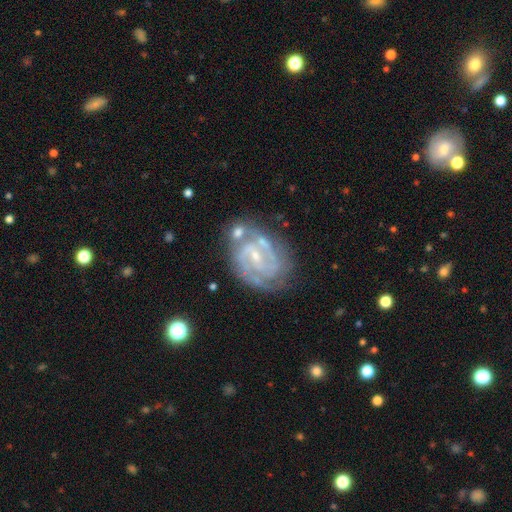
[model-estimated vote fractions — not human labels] smooth_or_featured: featured or disk (p=0.88) [alt: smooth p=0.06]
disk_edge_on: no (p=0.97) [alt: yes p=0.03]
bar: weak (p=0.49) [alt: no p=0.28]
has_spiral_arms: yes (p=0.96) [alt: no p=0.04]
spiral_winding: tight (p=0.54) [alt: medium p=0.39]
spiral_arm_count: 2 (p=0.58) [alt: 3 p=0.18]
bulge_size: small (p=0.75) [alt: moderate p=0.19]
merging: none (p=0.61) [alt: minor disturbance p=0.19]